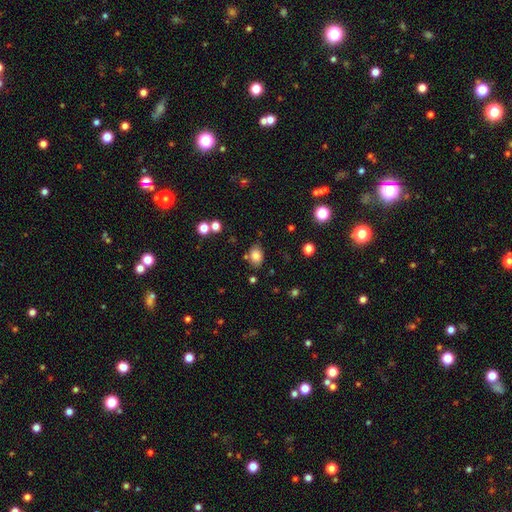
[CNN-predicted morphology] The model was most divided on "how rounded": in between: 75%, round: 24%, cigar-shaped: 1%. More confident: smooth or featured — smooth (82%); merging — none (78%).